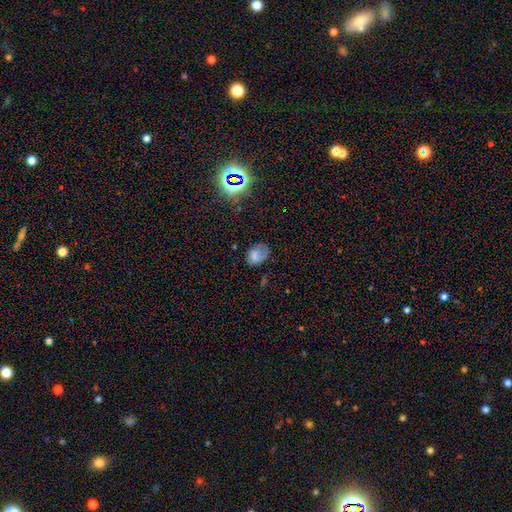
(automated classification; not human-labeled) Smooth or featured? Predicted: smooth (p=0.73). How rounded? Predicted: in between (p=0.71). Merging? Predicted: none (p=0.51).